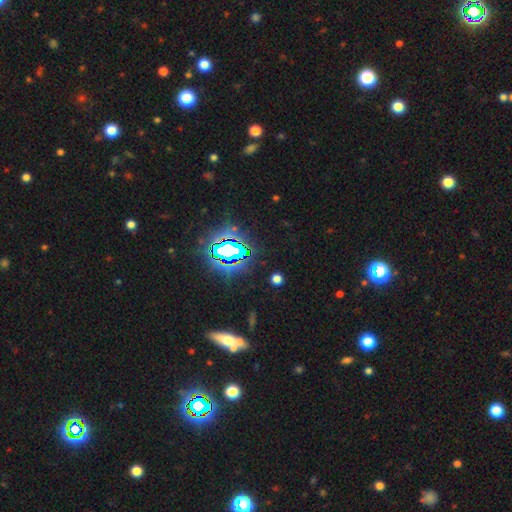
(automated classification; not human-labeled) star or artifact 77%, smooth 14%, featured or disk 9%.